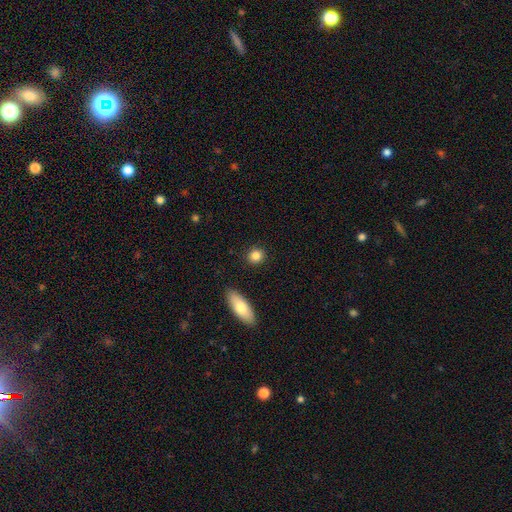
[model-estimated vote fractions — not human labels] A smooth galaxy with no disk features (85%) that is round (79%). Merging: none (90%).